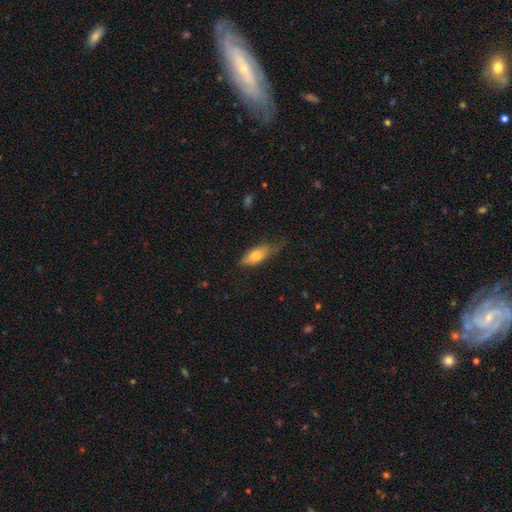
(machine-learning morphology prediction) This is likely a smooth galaxy (73%). How rounded: likely in between (75%). Merging: possibly none (50%).